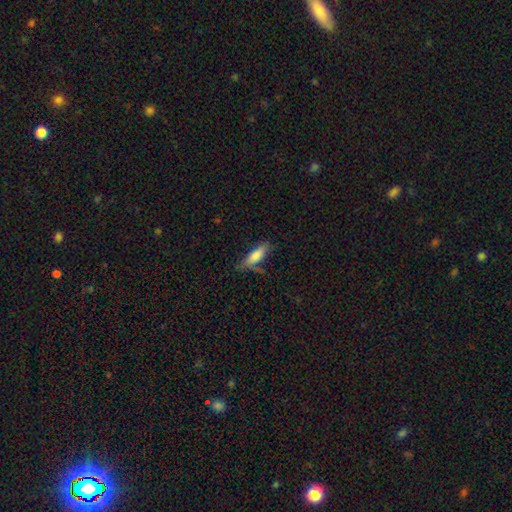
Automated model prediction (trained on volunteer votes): Overall: smooth (75%). How rounded: cigar-shaped (49%, tied with in between). Merging: none (57%; minor disturbance 28%).